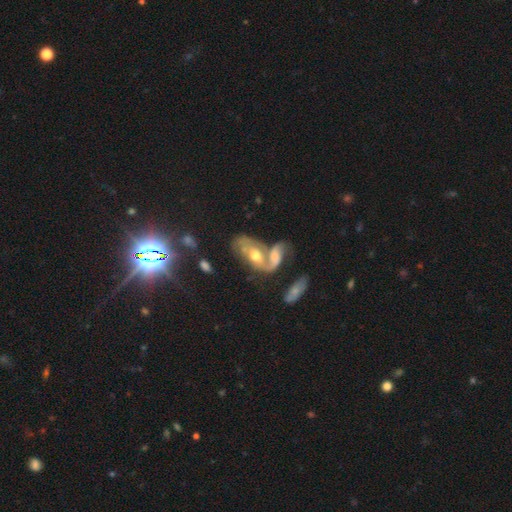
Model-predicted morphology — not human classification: featured or disk 59%, star or artifact 21%, smooth 20%. Down the decision tree: edge-on disk — no (87%); bar — no (62%); spiral arms — yes (64%); bulge size — moderate (69%); merging — merger (58%).